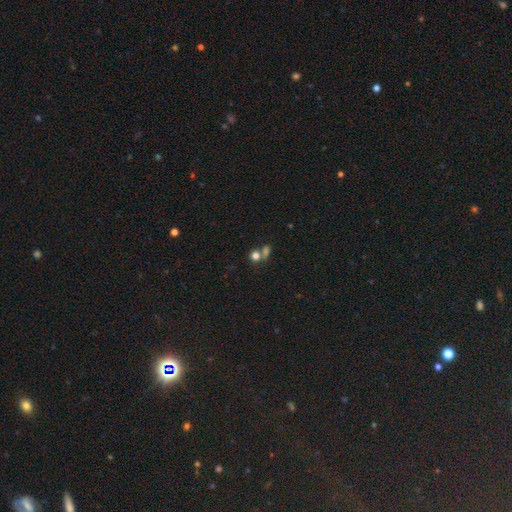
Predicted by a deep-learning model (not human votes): Morphology: type=smooth (72%); roundness=round (77%); merging=none (48%).